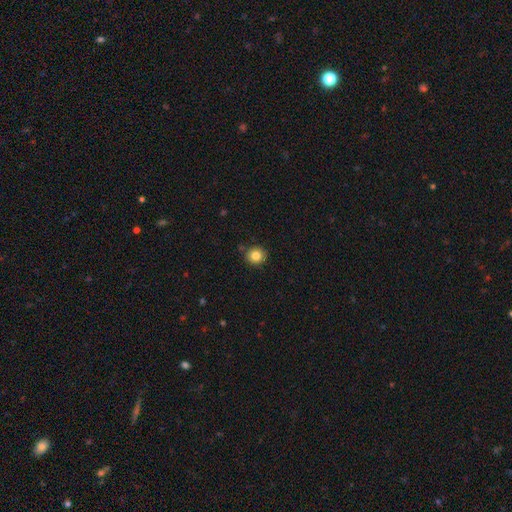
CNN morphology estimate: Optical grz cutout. It shows a smooth galaxy with no disk features (83%) that is round (86%). Merging: none (86%).